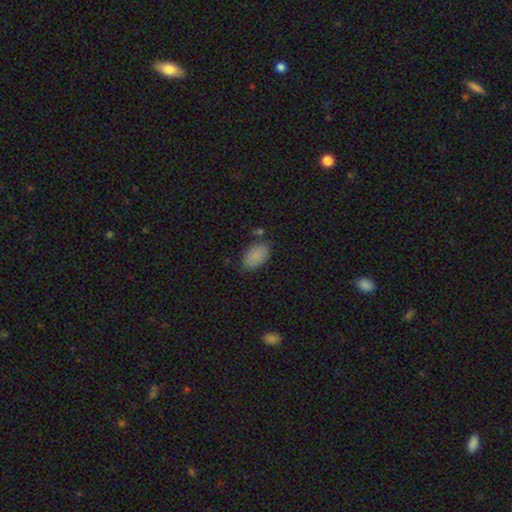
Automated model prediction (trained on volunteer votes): Smooth or featured: smooth — 87% (star or artifact — 8%)
How rounded: in between — 91% (round — 7%)
Merging: none — 75% (minor disturbance — 17%)